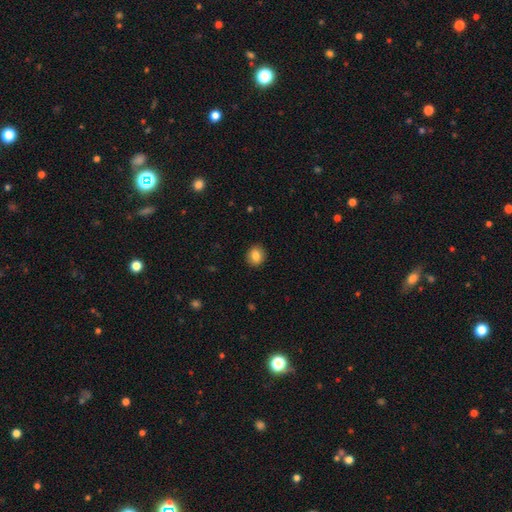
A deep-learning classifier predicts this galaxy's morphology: smooth_or_featured: smooth (p=0.84) [alt: star or artifact p=0.09]
how_rounded: round (p=0.74) [alt: in between p=0.25]
merging: none (p=0.91) [alt: minor disturbance p=0.06]